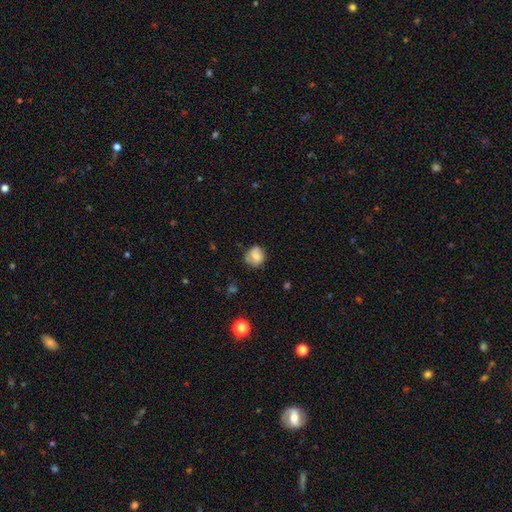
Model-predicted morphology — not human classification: The model was most divided on "merging": none: 64%, minor disturbance: 25%, major disturbance: 8%, merger: 3%. More confident: how rounded — round (78%); smooth or featured — smooth (70%).